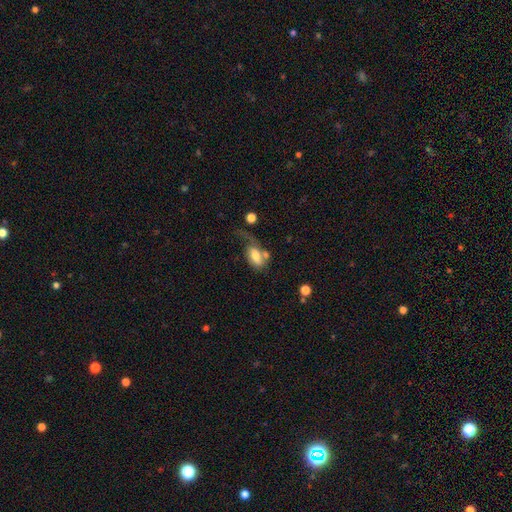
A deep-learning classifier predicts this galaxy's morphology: Overall: smooth (57%; featured or disk 35%). How rounded: in between (85%). Merging: major disturbance (36%; merger 24%).